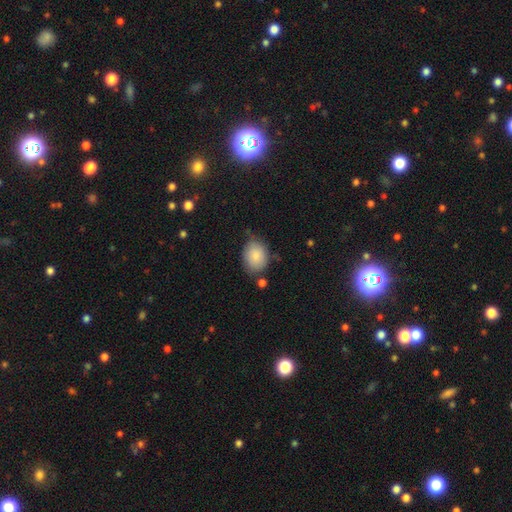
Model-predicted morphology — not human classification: Smooth or featured? Predicted: smooth (p=0.82). How rounded? Predicted: in between (p=0.63). Merging? Predicted: none (p=0.65).